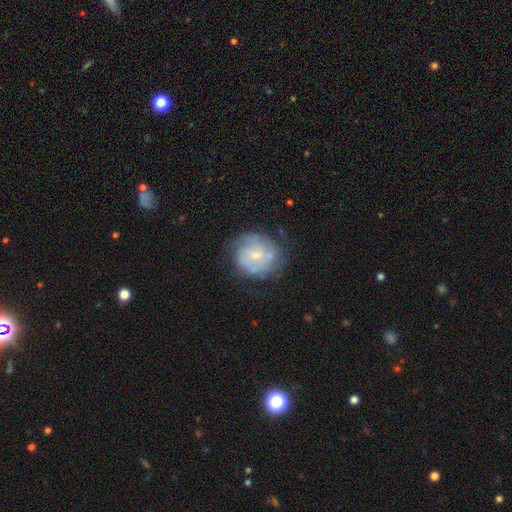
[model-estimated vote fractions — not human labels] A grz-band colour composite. It shows a featured or disk galaxy (67%) with no bar (53%), 2 (38%) tight (52%) spiral arms (82%) and a small central bulge (63%). Merging: none (67%).